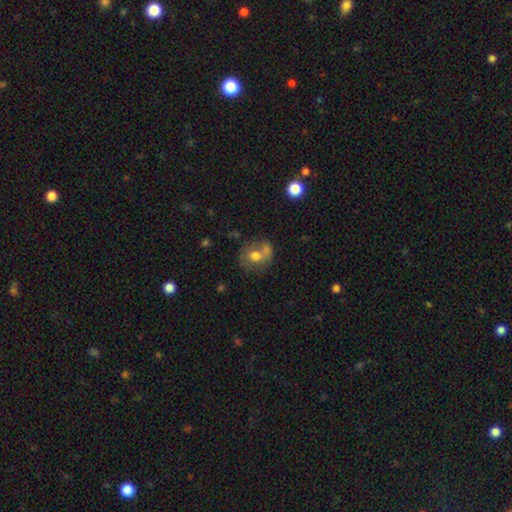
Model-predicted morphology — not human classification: smooth 60%, featured or disk 30%, star or artifact 11%. Down the decision tree: how rounded — round (68%); merging — none (39%).